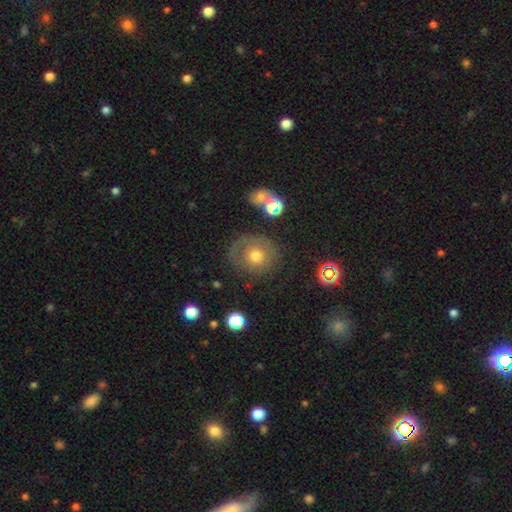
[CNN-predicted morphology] Smooth or featured? Predicted: smooth (p=0.48). Merging? Predicted: none (p=0.68).